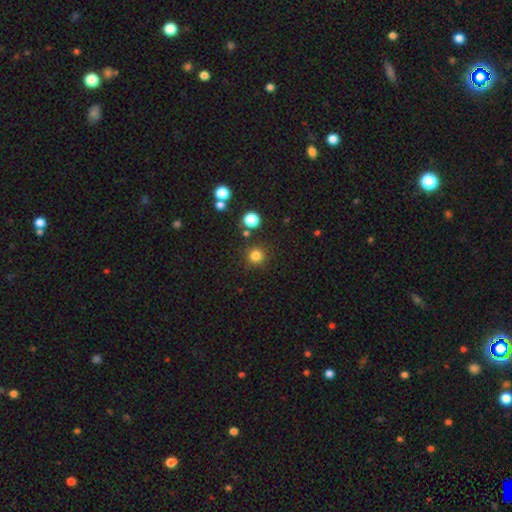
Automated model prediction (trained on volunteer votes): Overall: smooth (81%). How rounded: round (94%). Merging: none (88%).